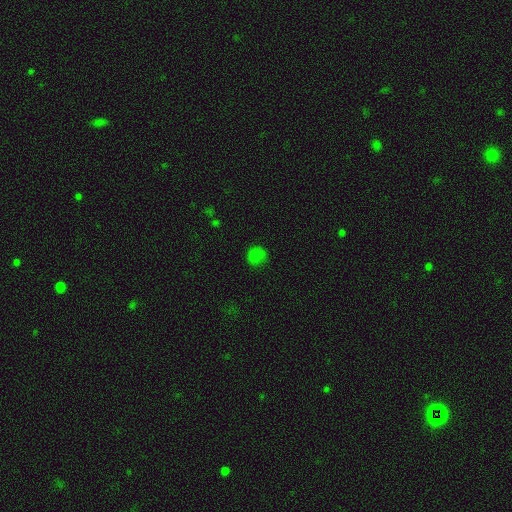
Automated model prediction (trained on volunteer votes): A smooth galaxy with no disk features (73%) that is round (90%).

Vote fractions:
- Smooth or featured? smooth: 73% / star or artifact: 22% / featured or disk: 6%
- How rounded? round: 90% / in between: 9% / cigar-shaped: 1%
- Merging? none: 82% / minor disturbance: 12% / major disturbance: 4% / merger: 2%